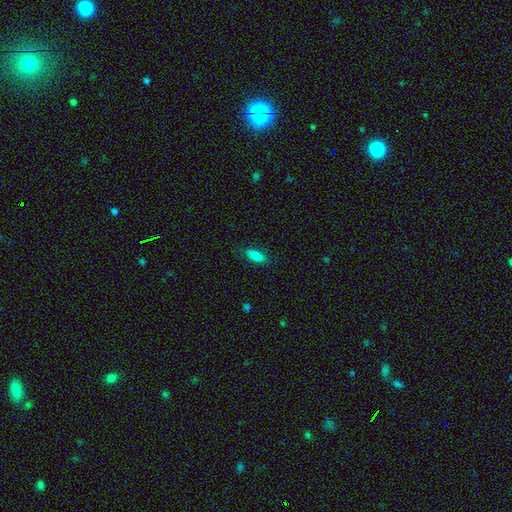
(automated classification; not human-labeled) Smooth or featured? Predicted: smooth (p=0.82). How rounded? Predicted: in between (p=0.80). Merging? Predicted: none (p=0.84).